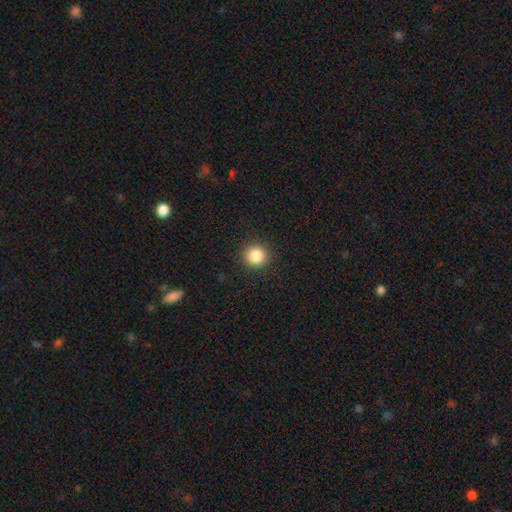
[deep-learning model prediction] Smooth or featured: smooth — 86% (star or artifact — 10%)
How rounded: round — 92% (in between — 7%)
Merging: none — 91% (minor disturbance — 6%)